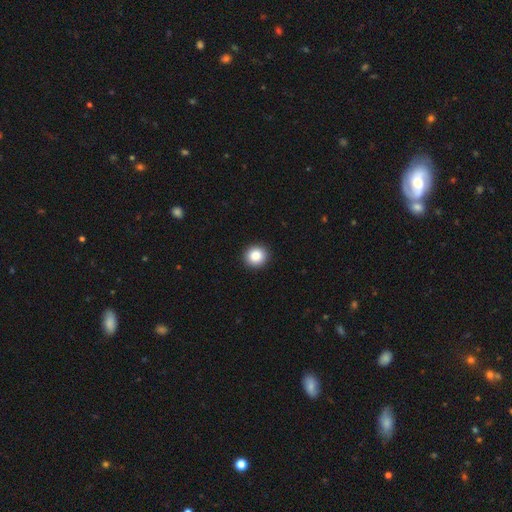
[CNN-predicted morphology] A smooth galaxy with no disk features (88%) that is round (92%). Merging: none (92%).